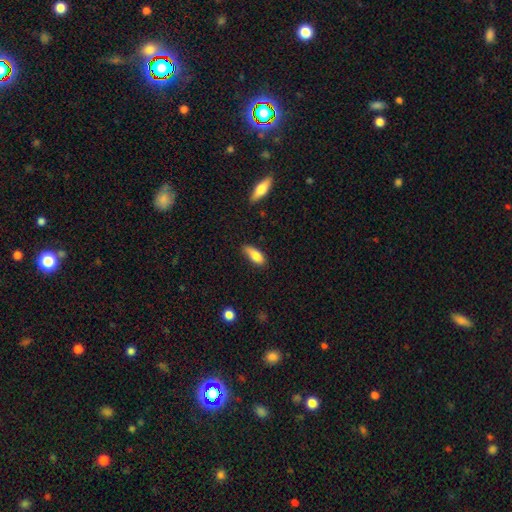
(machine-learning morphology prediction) Overall: smooth (83%). How rounded: in between (76%). Merging: none (61%; minor disturbance 31%).